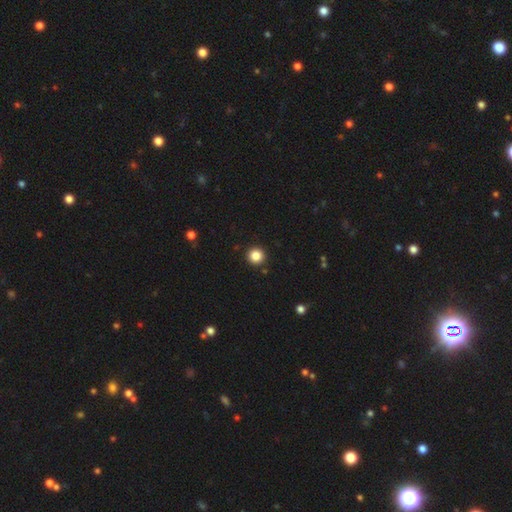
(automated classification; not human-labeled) Smooth or featured? smooth (85%)
How rounded? round (96%)
Merging? none (93%)